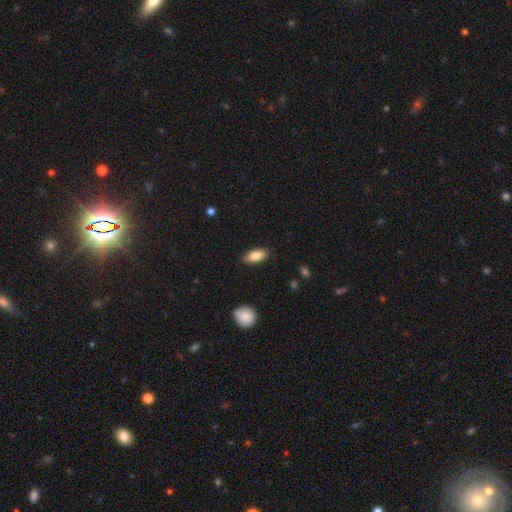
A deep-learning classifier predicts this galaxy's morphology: type=smooth (85%); roundness=in between (89%); merging=none (88%).